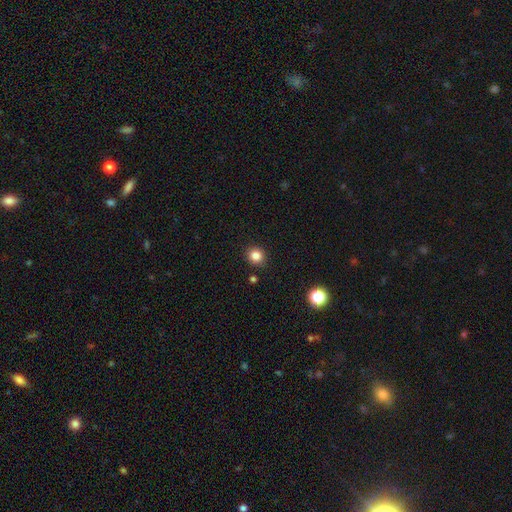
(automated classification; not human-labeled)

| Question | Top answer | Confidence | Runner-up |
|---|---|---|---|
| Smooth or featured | smooth | 83% | star or artifact (12%) |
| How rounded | round | 87% | in between (12%) |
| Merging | none | 90% | minor disturbance (6%) |